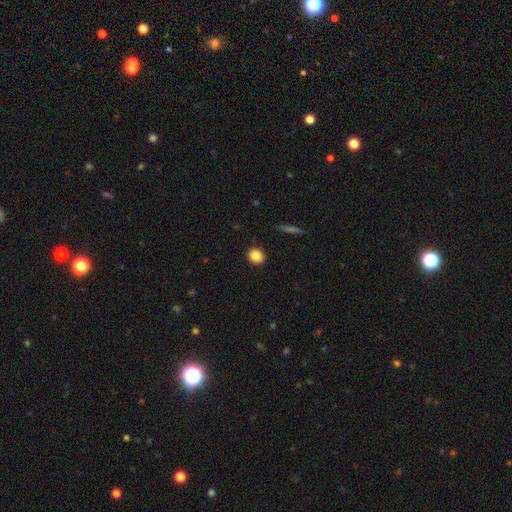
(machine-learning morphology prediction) Smooth or featured?
  - smooth: 85% *
  - star or artifact: 9%
  - featured or disk: 6%
How rounded?
  - round: 76% *
  - in between: 22%
  - cigar-shaped: 1%
Merging?
  - none: 91% *
  - minor disturbance: 6%
  - major disturbance: 2%
  - merger: 1%